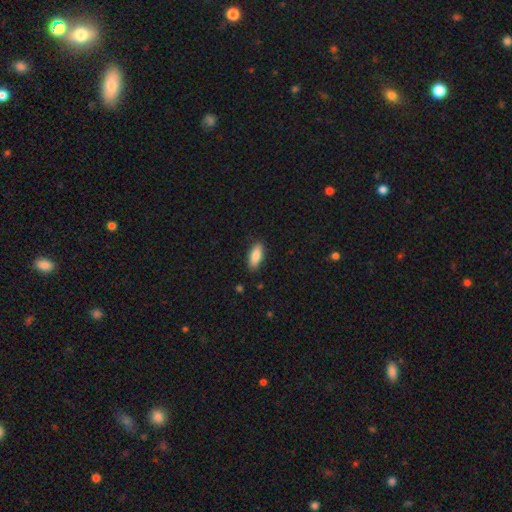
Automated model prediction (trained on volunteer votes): Smooth or featured: smooth — 85% (featured or disk — 8%)
How rounded: in between — 77% (cigar-shaped — 21%)
Merging: none — 88% (minor disturbance — 9%)